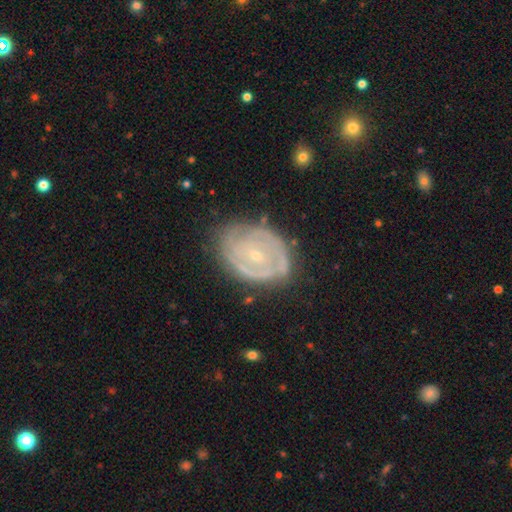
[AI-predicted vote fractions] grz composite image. It shows a featured or disk galaxy (79%) with no bar (68%), tight (70%) spiral arms (80%) and a small central bulge (75%). Merging: none (66%).